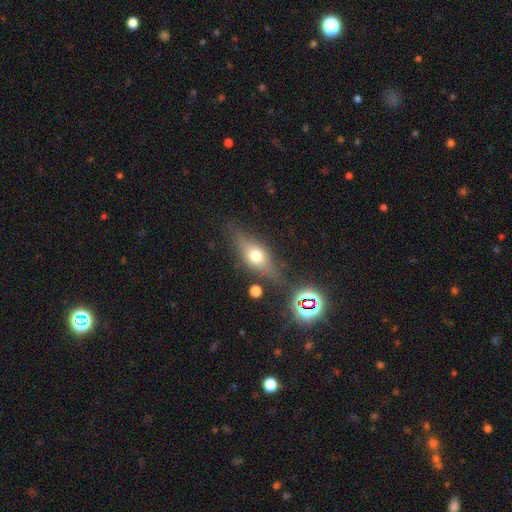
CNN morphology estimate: Overall: smooth (48%; featured or disk 38%). Merging: none (73%).